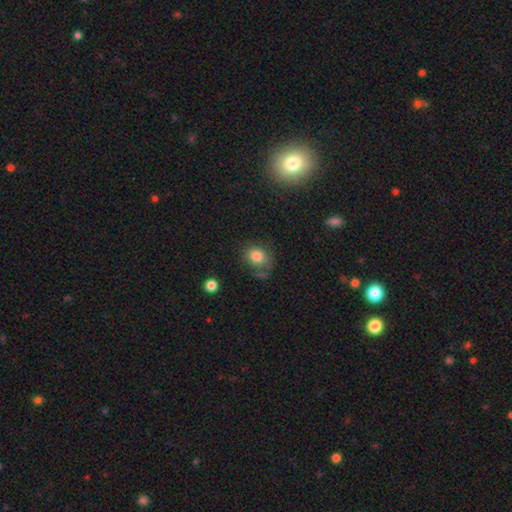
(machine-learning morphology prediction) smooth_or_featured: smooth (p=0.80) [alt: star or artifact p=0.11]
how_rounded: round (p=0.60) [alt: in between p=0.39]
merging: none (p=0.61) [alt: minor disturbance p=0.22]